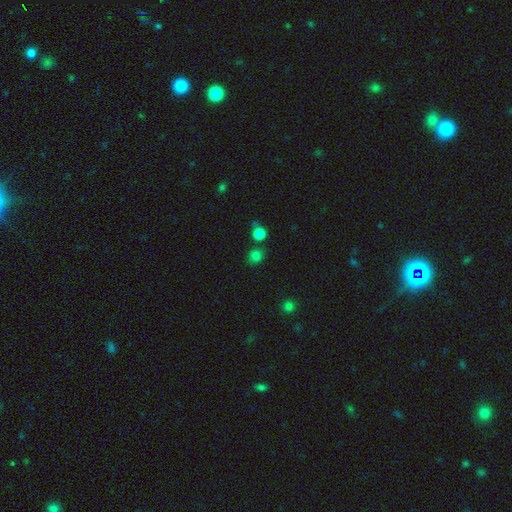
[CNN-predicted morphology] Smooth or featured: smooth — 80% (star or artifact — 16%)
How rounded: round — 81% (in between — 18%)
Merging: none — 74% (merger — 12%)